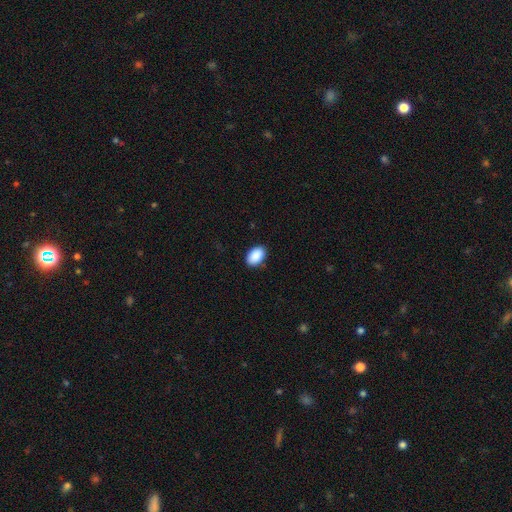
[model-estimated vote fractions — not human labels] Smooth or featured? smooth (91%)
How rounded? in between (90%)
Merging? none (87%)